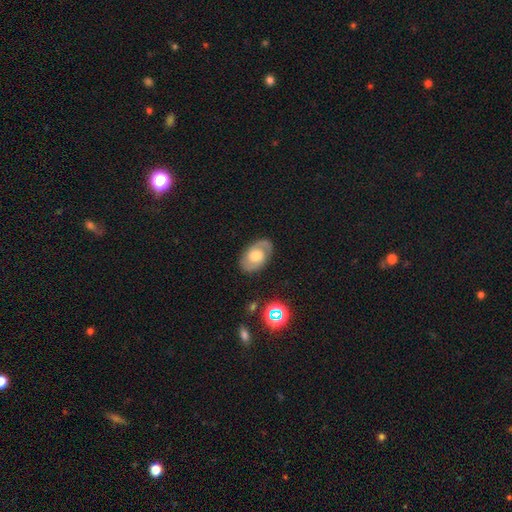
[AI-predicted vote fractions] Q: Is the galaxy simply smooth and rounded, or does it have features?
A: featured or disk — 66%.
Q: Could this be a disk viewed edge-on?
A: no — 95%.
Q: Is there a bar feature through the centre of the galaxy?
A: no — 70%.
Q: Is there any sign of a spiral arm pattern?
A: yes — 81%.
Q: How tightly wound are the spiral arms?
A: tight — 43%.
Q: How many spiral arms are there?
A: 2 — 77%.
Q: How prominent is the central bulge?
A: moderate — 62%.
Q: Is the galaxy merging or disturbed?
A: none — 79%.